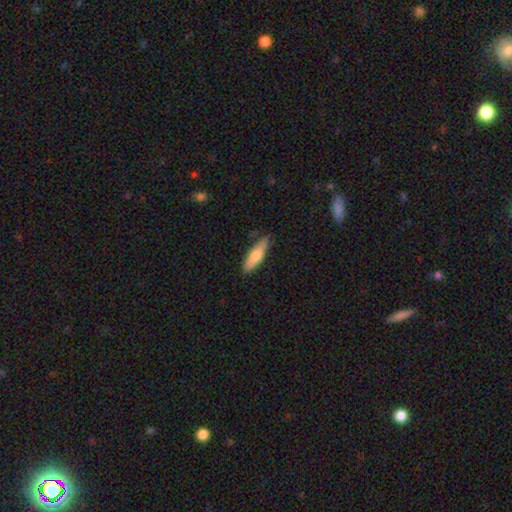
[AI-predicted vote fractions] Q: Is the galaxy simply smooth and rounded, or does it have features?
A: smooth — 71%.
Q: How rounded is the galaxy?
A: cigar-shaped — 56%.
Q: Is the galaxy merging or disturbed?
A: none — 82%.